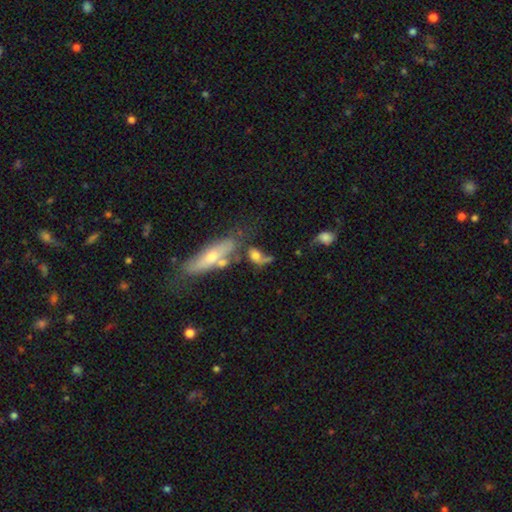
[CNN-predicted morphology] Smooth or featured? Predicted: smooth (p=0.55). How rounded? Predicted: in between (p=0.72). Merging? Predicted: none (p=0.30).